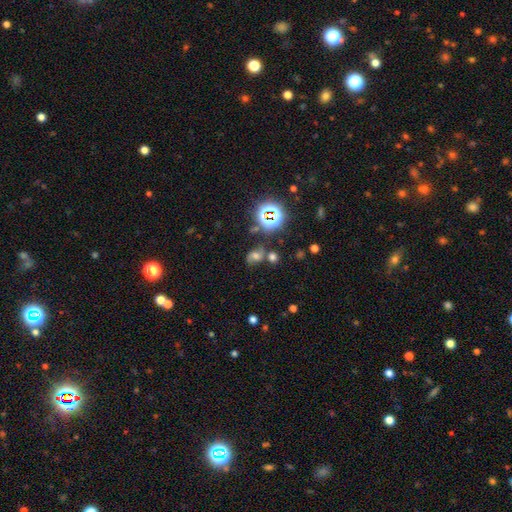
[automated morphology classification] Smooth or featured? Predicted: smooth (p=0.35). Merging? Predicted: none (p=0.57).